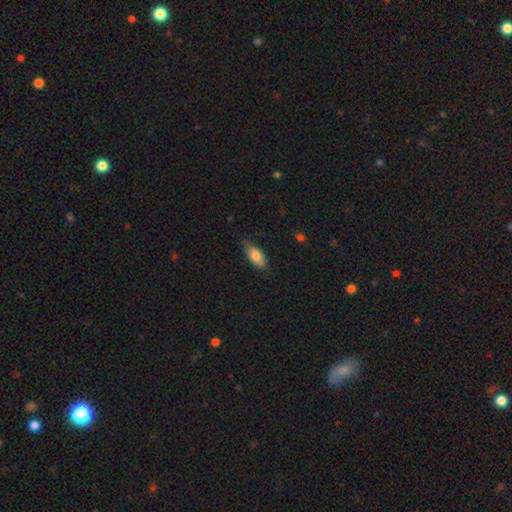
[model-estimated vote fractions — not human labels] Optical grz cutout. It shows a smooth galaxy with no disk features (81%) that is in between round and cigar-shaped (85%). Merging: none (72%).